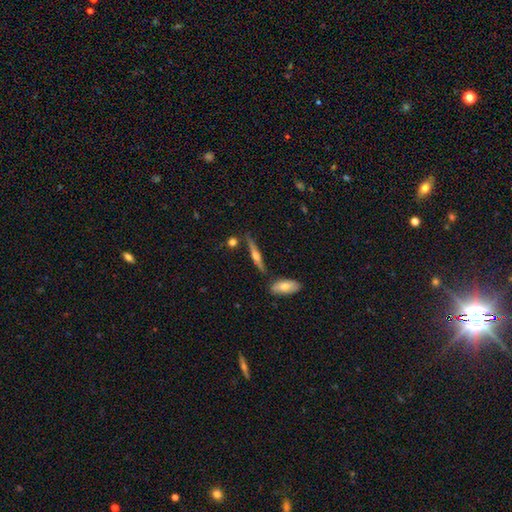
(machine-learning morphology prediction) smooth-or-featured: featured or disk: 64% | smooth: 29% | star or artifact: 7%
  disk-edge-on: yes: 96% | no: 4%
    edge-on-bulge: rounded: 89% | boxy: 6% | none: 5%
  merging: none: 78% | minor disturbance: 12% | merger: 8% | major disturbance: 3%